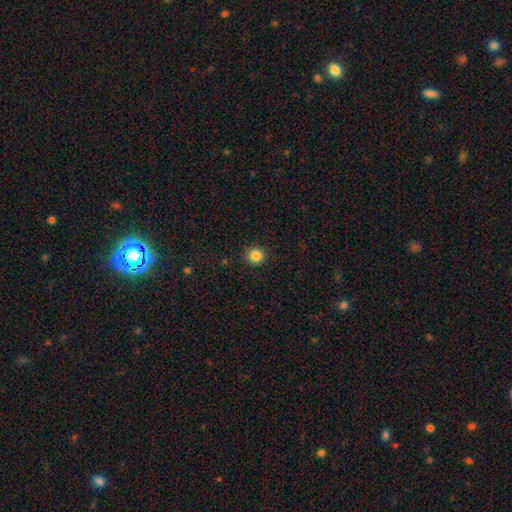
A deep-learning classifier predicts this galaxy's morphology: smooth_or_featured: smooth (p=0.85) [alt: star or artifact p=0.11]
how_rounded: round (p=0.95) [alt: in between p=0.04]
merging: none (p=0.92) [alt: minor disturbance p=0.05]